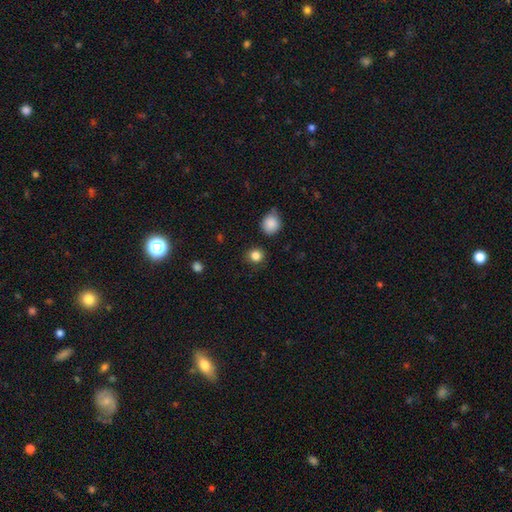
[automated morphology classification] type=smooth (85%); roundness=round (85%); merging=none (86%).